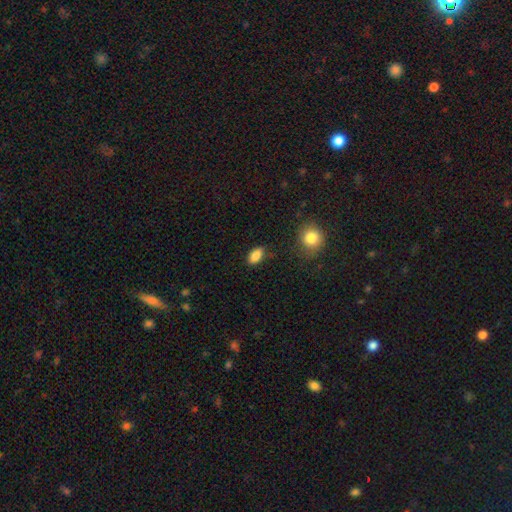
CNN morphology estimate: Smooth or featured: smooth — 86% (star or artifact — 8%)
How rounded: in between — 89% (round — 8%)
Merging: none — 80% (minor disturbance — 14%)